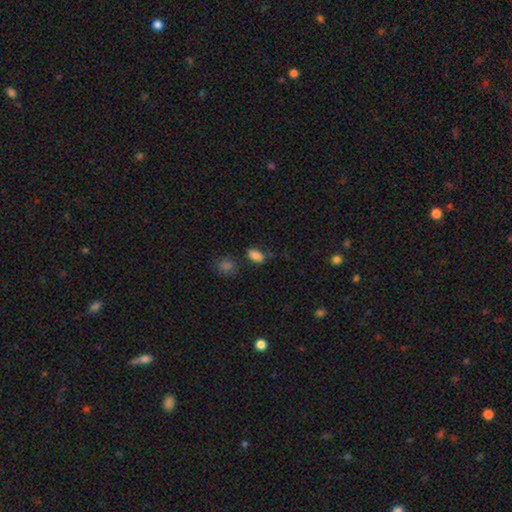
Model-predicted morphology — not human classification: Smooth or featured: smooth — 83% (star or artifact — 11%)
How rounded: in between — 89% (round — 9%)
Merging: none — 73% (minor disturbance — 17%)